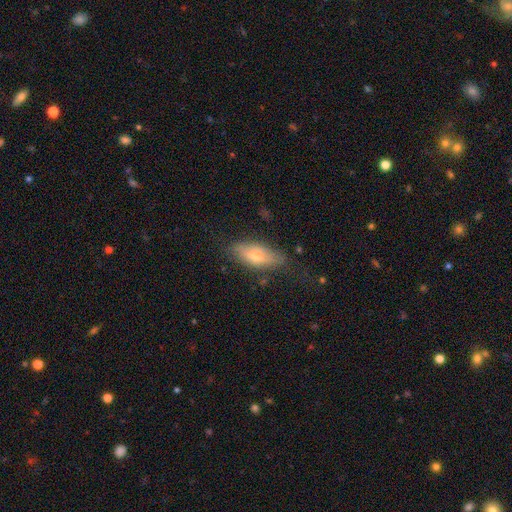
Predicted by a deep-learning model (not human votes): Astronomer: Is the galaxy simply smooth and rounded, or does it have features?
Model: smooth — 55% (runner-up: featured or disk, 37%).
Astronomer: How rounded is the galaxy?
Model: in between — 67%.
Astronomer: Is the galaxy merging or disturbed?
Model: none — 68%.